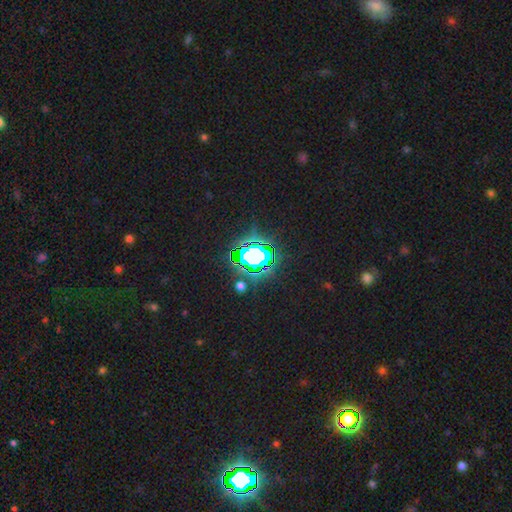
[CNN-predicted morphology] This is likely a star or artifact rather than a galaxy (71%).